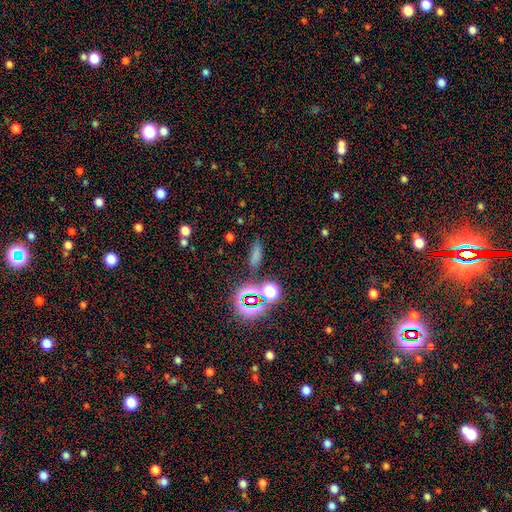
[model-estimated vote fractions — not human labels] Smooth or featured? Predicted: smooth (p=0.61). How rounded? Predicted: in between (p=0.48). Merging? Predicted: none (p=0.71).